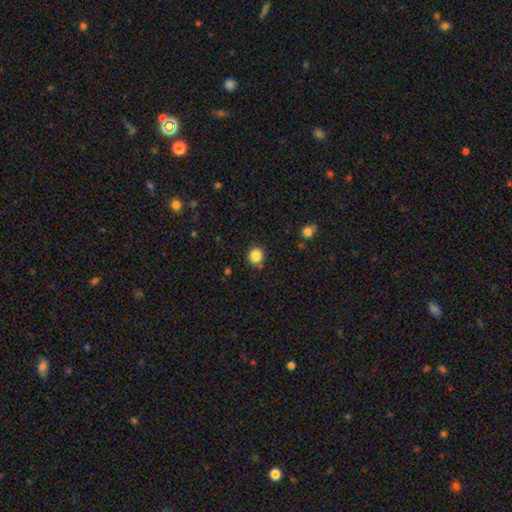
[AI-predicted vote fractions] Smooth or featured? smooth (85%)
How rounded? round (91%)
Merging? none (86%)